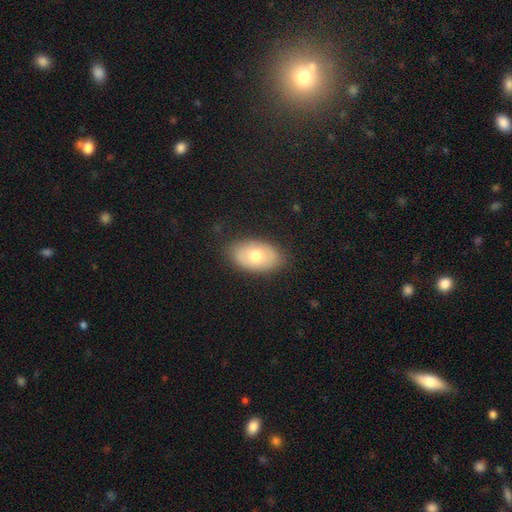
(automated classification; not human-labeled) Overall: smooth (66%; featured or disk 28%). How rounded: in between (91%). Merging: none (82%).